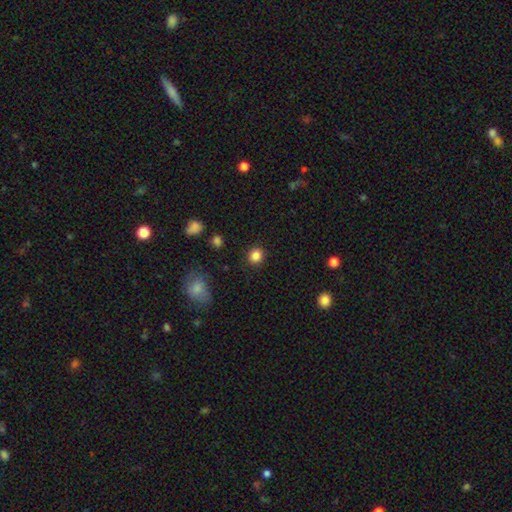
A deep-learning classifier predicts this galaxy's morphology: A smooth galaxy with no disk features (85%) that is round (84%).

Vote fractions:
- Smooth or featured? smooth: 85% / star or artifact: 11% / featured or disk: 4%
- How rounded? round: 84% / in between: 15% / cigar-shaped: 1%
- Merging? none: 90% / minor disturbance: 7% / major disturbance: 2% / merger: 1%